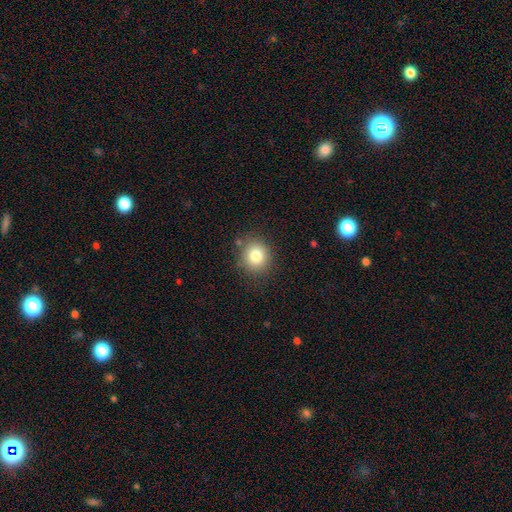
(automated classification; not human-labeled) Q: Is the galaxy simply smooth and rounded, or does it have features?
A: smooth — 81%.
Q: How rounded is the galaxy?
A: round — 83%.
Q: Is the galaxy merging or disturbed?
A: none — 84%.